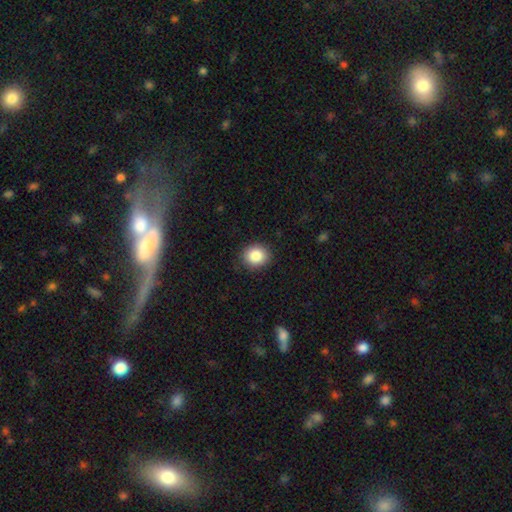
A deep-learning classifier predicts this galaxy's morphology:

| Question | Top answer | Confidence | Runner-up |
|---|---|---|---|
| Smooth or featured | smooth | 86% | star or artifact (9%) |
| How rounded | round | 75% | in between (24%) |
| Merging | none | 89% | minor disturbance (8%) |